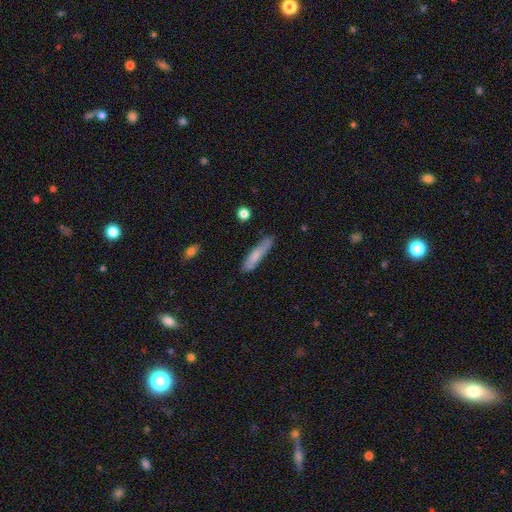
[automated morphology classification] smooth 76%, featured or disk 18%, star or artifact 6%. Down the decision tree: how rounded — cigar-shaped (84%); merging — none (76%).